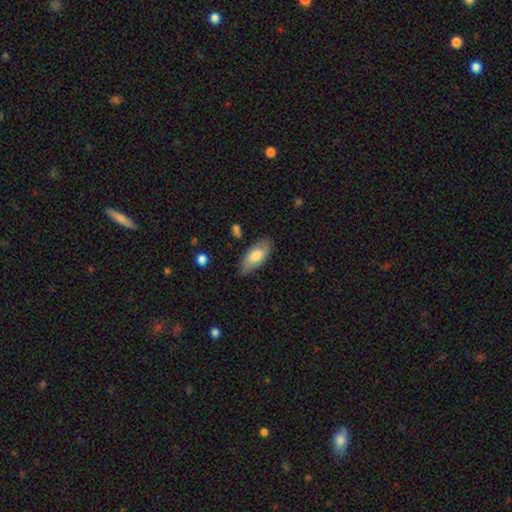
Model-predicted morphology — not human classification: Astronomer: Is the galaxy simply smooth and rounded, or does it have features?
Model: smooth — 74%.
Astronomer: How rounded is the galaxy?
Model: in between — 89%.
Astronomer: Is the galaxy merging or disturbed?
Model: none — 76%.